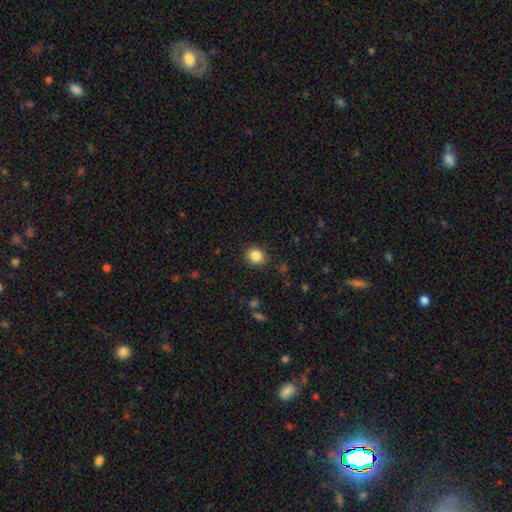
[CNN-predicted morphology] A smooth galaxy with no disk features (85%) that is round (73%).

Vote fractions:
- Smooth or featured? smooth: 85% / star or artifact: 10% / featured or disk: 5%
- How rounded? round: 73% / in between: 26% / cigar-shaped: 1%
- Merging? none: 87% / minor disturbance: 9% / major disturbance: 3% / merger: 1%